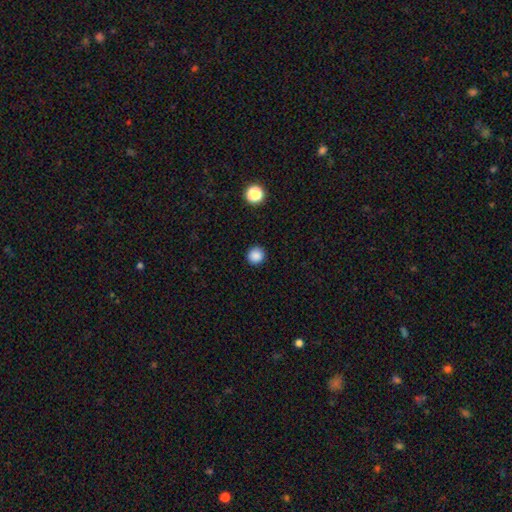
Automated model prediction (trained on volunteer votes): A smooth galaxy with no disk features (87%) that is round (94%). Merging: none (92%).